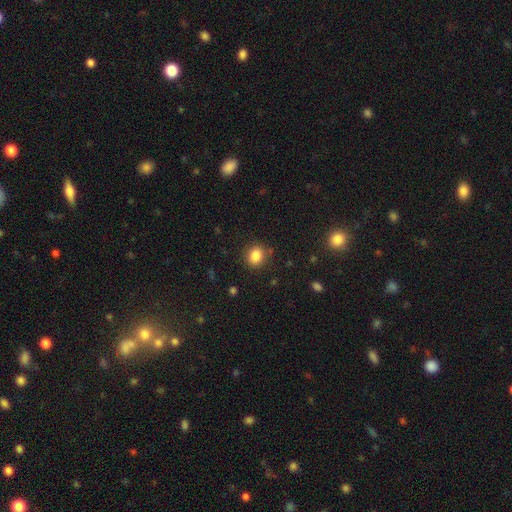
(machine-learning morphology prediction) type=smooth (84%); roundness=round (65%); merging=none (86%).